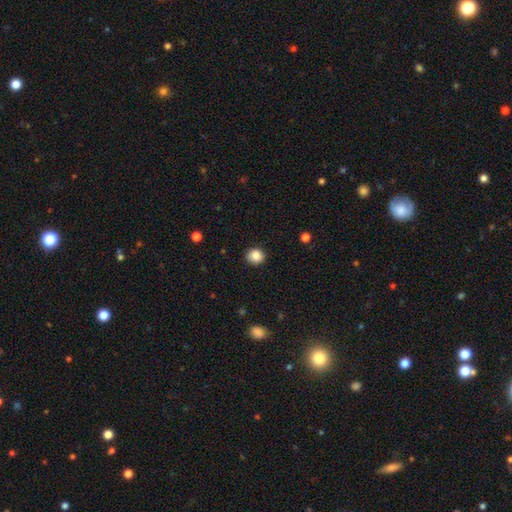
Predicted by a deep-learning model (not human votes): This is clearly a smooth galaxy (87%). How rounded: clearly round (85%). Merging: clearly none (89%).